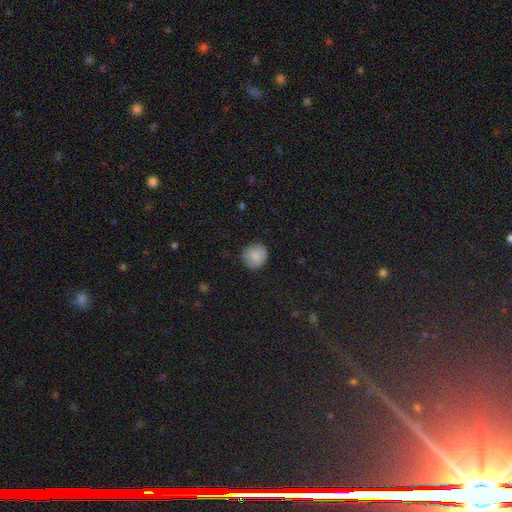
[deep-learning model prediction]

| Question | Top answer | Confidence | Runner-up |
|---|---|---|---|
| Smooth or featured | smooth | 86% | star or artifact (8%) |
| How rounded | round | 92% | in between (7%) |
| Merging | none | 85% | minor disturbance (11%) |